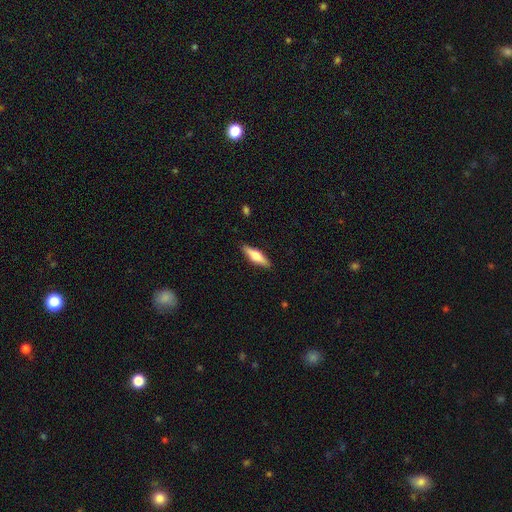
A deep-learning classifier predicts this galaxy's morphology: Q: Smooth or featured?
A: smooth (53%); runner-up: featured or disk (41%)
Q: How rounded?
A: cigar-shaped (64%); runner-up: in between (34%)
Q: Merging?
A: none (89%); runner-up: minor disturbance (8%)